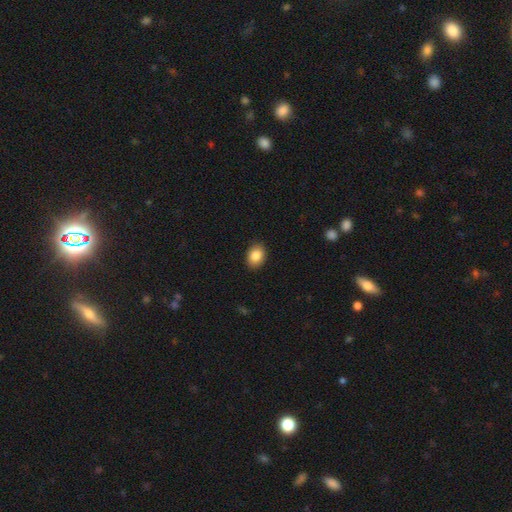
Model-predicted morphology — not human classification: Smooth or featured? Predicted: smooth (p=0.86). How rounded? Predicted: in between (p=0.70). Merging? Predicted: none (p=0.90).